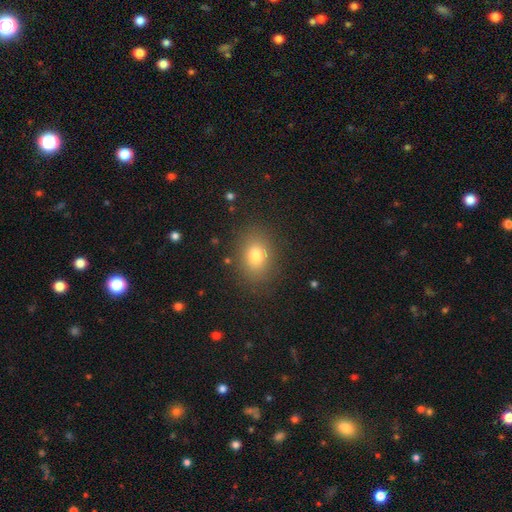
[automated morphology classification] This is likely a smooth galaxy (77%). How rounded: likely in between (62%). Merging: clearly none (85%).